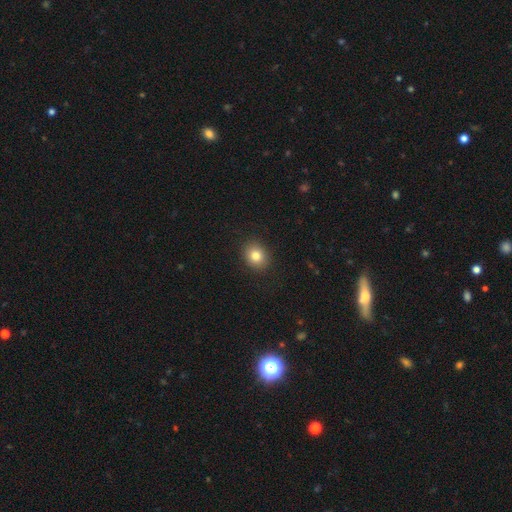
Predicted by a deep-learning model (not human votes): A smooth galaxy with no disk features (81%) that is round (65%). Merging: none (90%).